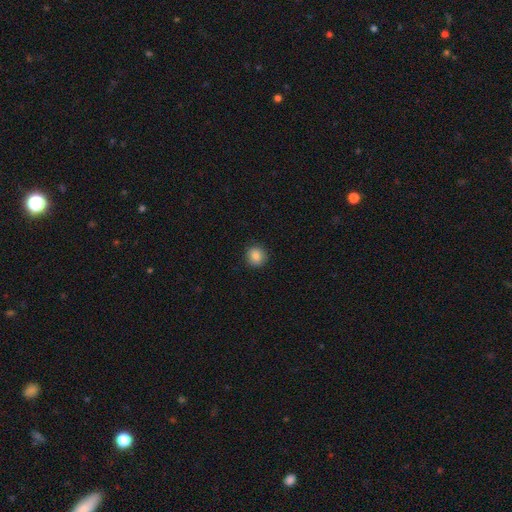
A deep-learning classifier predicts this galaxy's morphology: type=smooth (85%); roundness=round (92%); merging=none (90%).